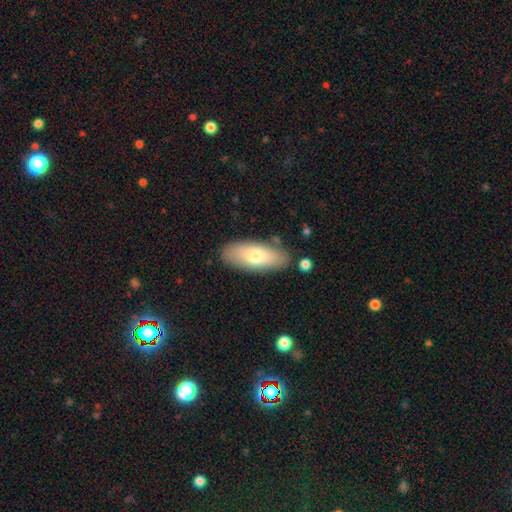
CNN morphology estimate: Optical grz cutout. It shows a smooth galaxy with no disk features (71%) that is in between round and cigar-shaped (78%). Merging: none (84%).